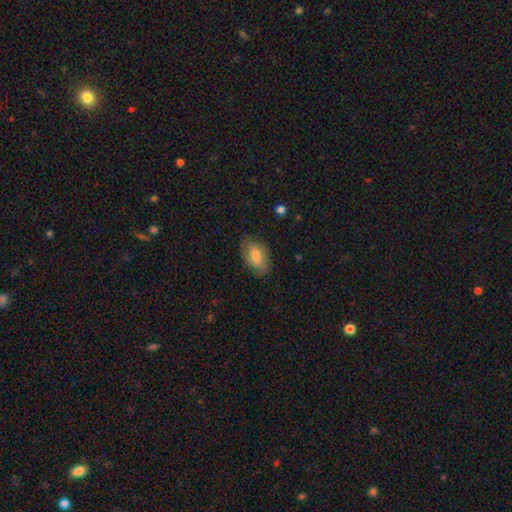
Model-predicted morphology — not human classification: This is possibly a smooth galaxy (53%). How rounded: clearly in between (88%). Merging: likely none (74%).